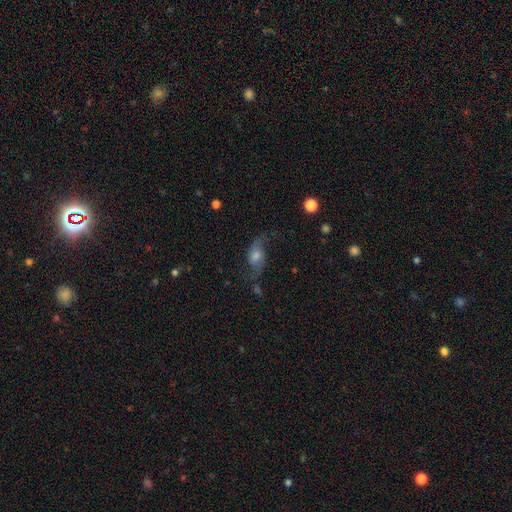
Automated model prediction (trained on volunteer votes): Smooth or featured? featured or disk (66%)
Edge-on disk? no (92%)
Bar? no (60%)
Spiral arms? yes (91%)
Spiral winding? loose (76%)
Spiral arm count? 2 (88%)
Bulge size? moderate (51%)
Merging? none (61%)